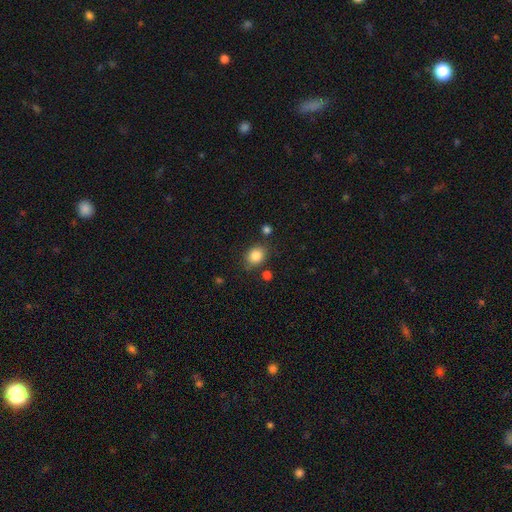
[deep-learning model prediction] Morphology: type=smooth (85%); roundness=round (50%); merging=none (77%).